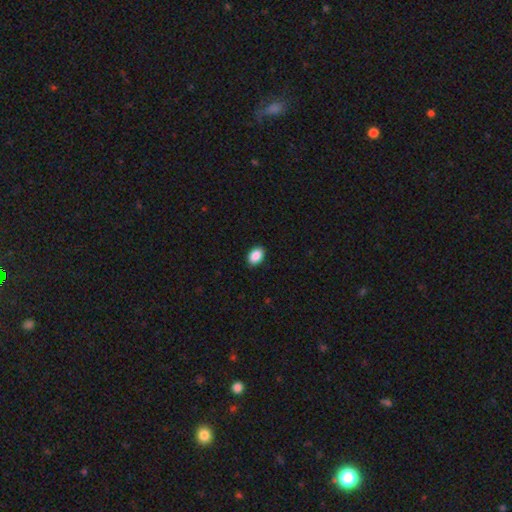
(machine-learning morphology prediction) smooth-or-featured: smooth: 90% | star or artifact: 7% | featured or disk: 3%
  how-rounded: in between: 86% | round: 13% | cigar-shaped: 1%
  merging: none: 90% | minor disturbance: 7% | major disturbance: 2% | merger: 1%